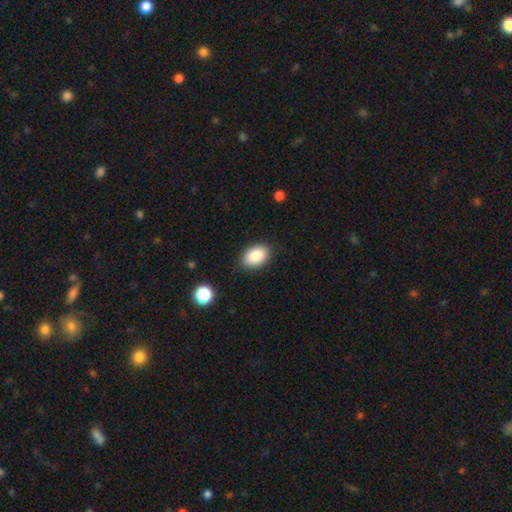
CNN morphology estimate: A smooth galaxy with no disk features (88%) that is in between round and cigar-shaped (88%).

Vote fractions:
- Smooth or featured? smooth: 88% / star or artifact: 7% / featured or disk: 5%
- How rounded? in between: 88% / round: 10% / cigar-shaped: 1%
- Merging? none: 87% / minor disturbance: 9% / major disturbance: 2% / merger: 1%